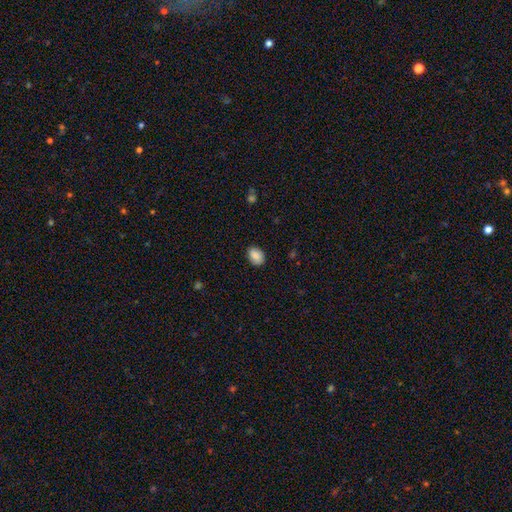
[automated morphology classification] Q: Smooth or featured?
A: smooth (88%); runner-up: star or artifact (7%)
Q: How rounded?
A: in between (74%); runner-up: round (25%)
Q: Merging?
A: none (86%); runner-up: minor disturbance (11%)